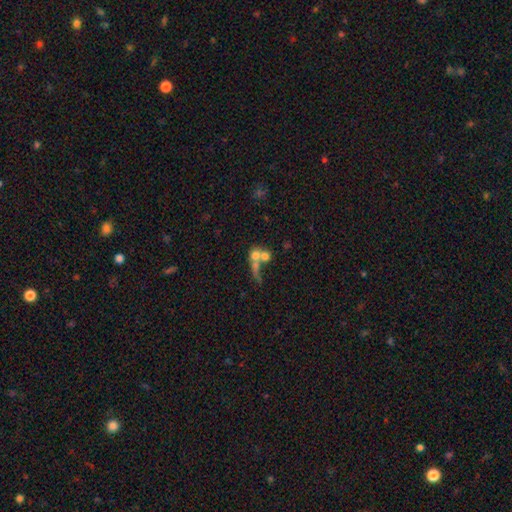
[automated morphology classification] smooth 55%, featured or disk 31%, star or artifact 14%. Down the decision tree: how rounded — round (68%); merging — merger (62%).